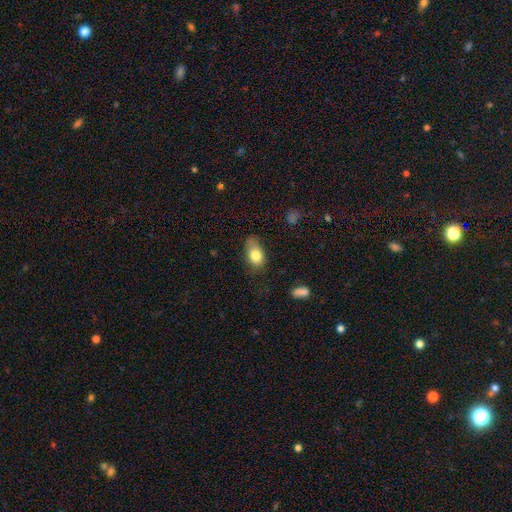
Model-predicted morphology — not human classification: Smooth or featured? smooth (78%)
How rounded? in between (83%)
Merging? none (49%)